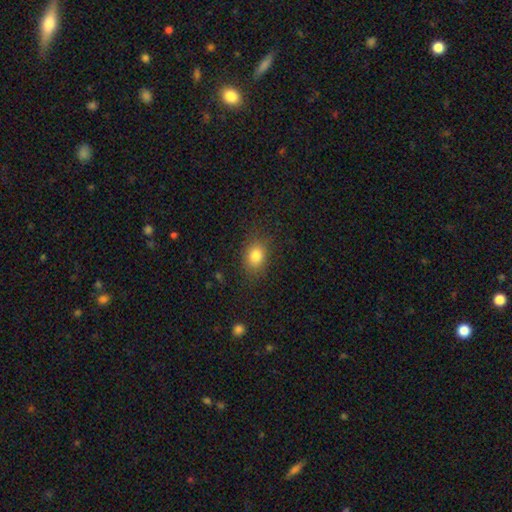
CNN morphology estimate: The model was most divided on "how rounded": in between: 60%, round: 39%, cigar-shaped: 1%. More confident: smooth or featured — smooth (81%); merging — none (81%).